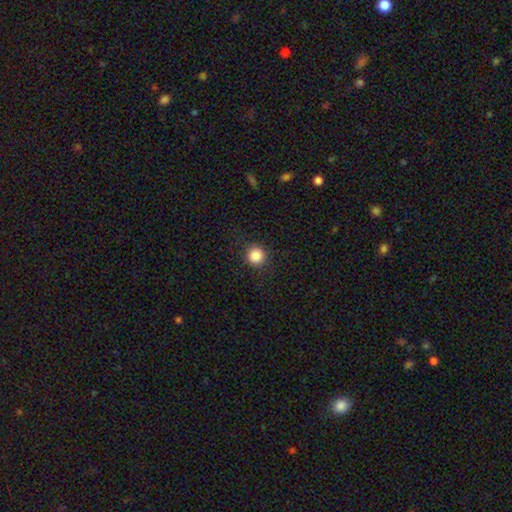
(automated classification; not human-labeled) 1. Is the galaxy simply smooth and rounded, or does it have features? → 86% smooth, 10% star or artifact, 4% featured or disk.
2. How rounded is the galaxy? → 93% round, 6% in between, 1% cigar-shaped.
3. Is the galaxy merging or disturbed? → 89% none, 7% minor disturbance, 3% major disturbance, 1% merger.